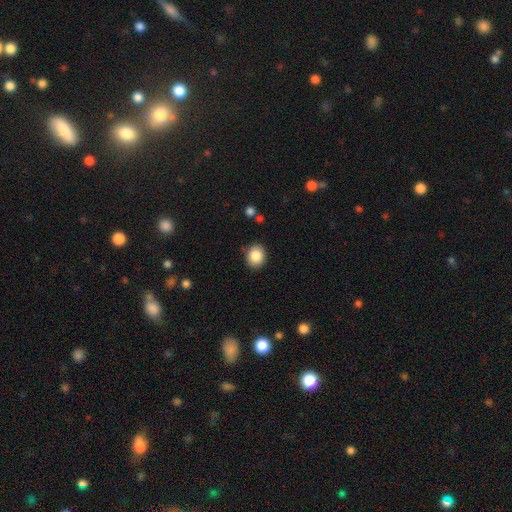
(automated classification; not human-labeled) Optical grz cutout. It shows a smooth galaxy with no disk features (87%) that is round (70%). Merging: none (86%).